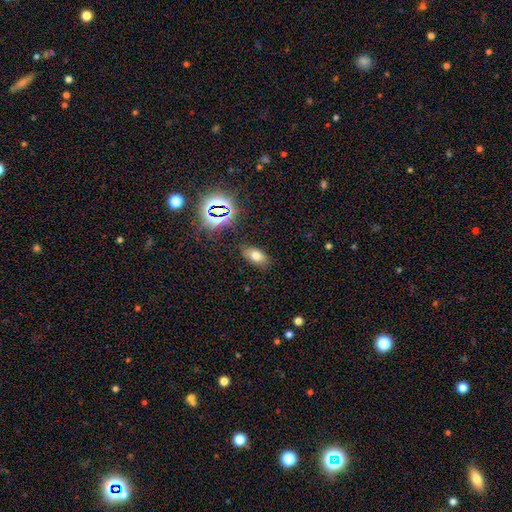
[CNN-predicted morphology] Smooth or featured? Predicted: smooth (p=0.68). How rounded? Predicted: in between (p=0.89). Merging? Predicted: none (p=0.82).